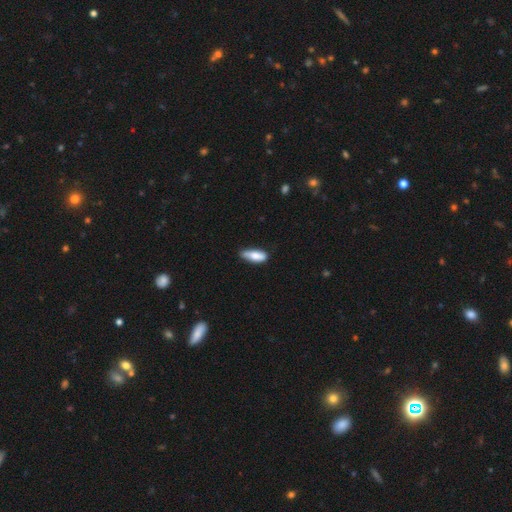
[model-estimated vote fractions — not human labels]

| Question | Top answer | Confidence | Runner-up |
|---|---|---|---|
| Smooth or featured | smooth | 78% | featured or disk (16%) |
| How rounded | in between | 68% | cigar-shaped (30%) |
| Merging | none | 61% | minor disturbance (31%) |